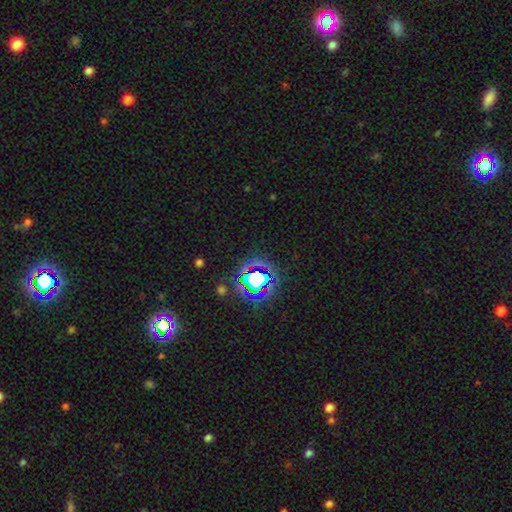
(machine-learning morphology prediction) smooth_or_featured: star or artifact (p=0.80) [alt: smooth p=0.12]